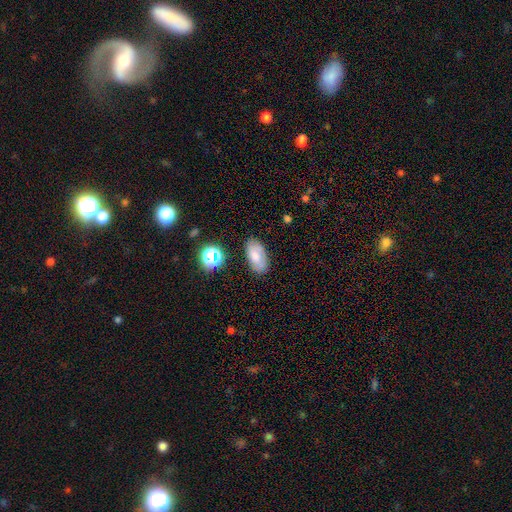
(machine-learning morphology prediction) This is likely a smooth galaxy (67%). How rounded: clearly in between (92%). Merging: likely none (79%).